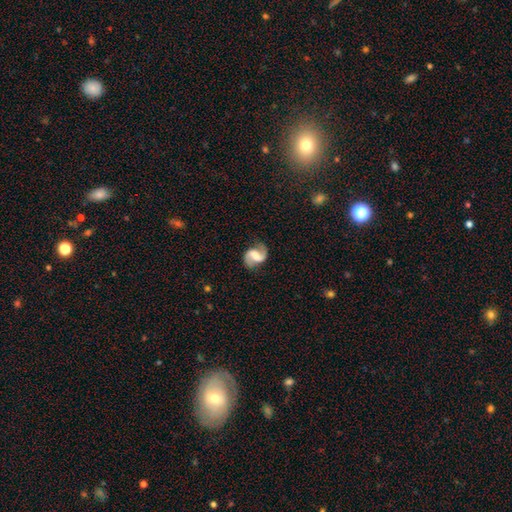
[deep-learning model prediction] Q: Smooth or featured?
A: featured or disk (85%); runner-up: smooth (10%)
Q: Edge-on disk?
A: no (98%); runner-up: yes (2%)
Q: Bar?
A: weak (47%); runner-up: strong (34%)
Q: Spiral arms?
A: yes (96%); runner-up: no (4%)
Q: Spiral winding?
A: medium (45%); runner-up: loose (43%)
Q: Spiral arm count?
A: 2 (93%); runner-up: 1 (2%)
Q: Bulge size?
A: moderate (43%); runner-up: small (25%)
Q: Merging?
A: none (83%); runner-up: minor disturbance (12%)